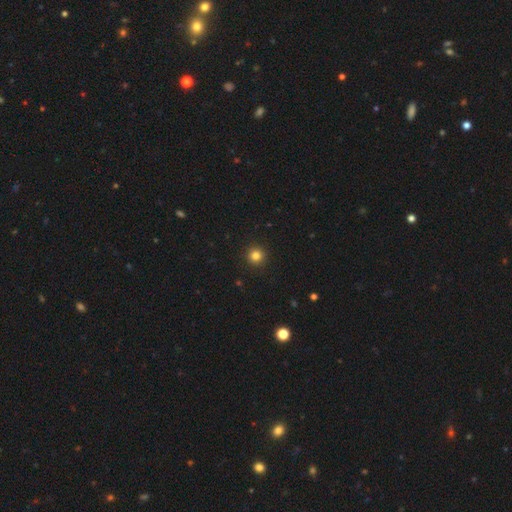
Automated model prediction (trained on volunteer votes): Smooth or featured: smooth — 83% (star or artifact — 13%)
How rounded: round — 95% (in between — 4%)
Merging: none — 93% (minor disturbance — 4%)